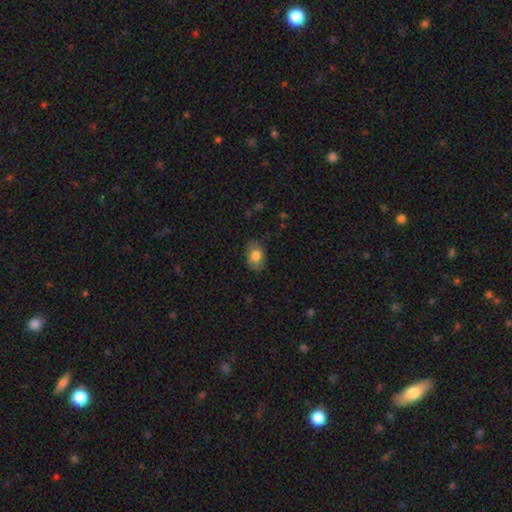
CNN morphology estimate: smooth-or-featured: smooth: 81% | featured or disk: 11% | star or artifact: 8%
  how-rounded: in between: 80% | round: 18% | cigar-shaped: 1%
  merging: none: 80% | minor disturbance: 16% | major disturbance: 3% | merger: 1%